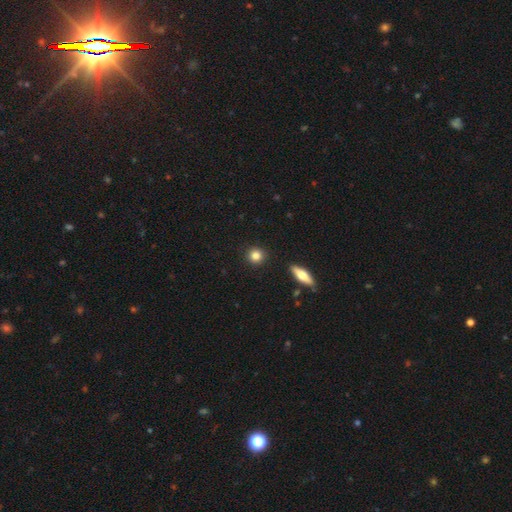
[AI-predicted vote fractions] Q: Smooth or featured?
A: smooth (83%); runner-up: star or artifact (9%)
Q: How rounded?
A: round (91%); runner-up: in between (8%)
Q: Merging?
A: none (91%); runner-up: minor disturbance (5%)